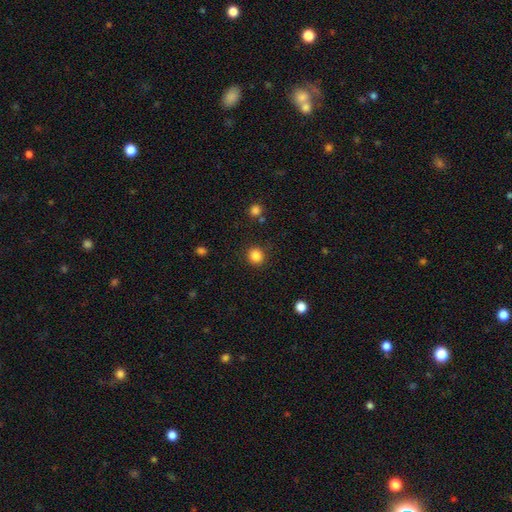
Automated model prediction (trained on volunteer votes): A smooth galaxy with no disk features (86%) that is round (89%).

Vote fractions:
- Smooth or featured? smooth: 86% / star or artifact: 11% / featured or disk: 4%
- How rounded? round: 89% / in between: 10% / cigar-shaped: 1%
- Merging? none: 89% / minor disturbance: 7% / major disturbance: 3% / merger: 2%